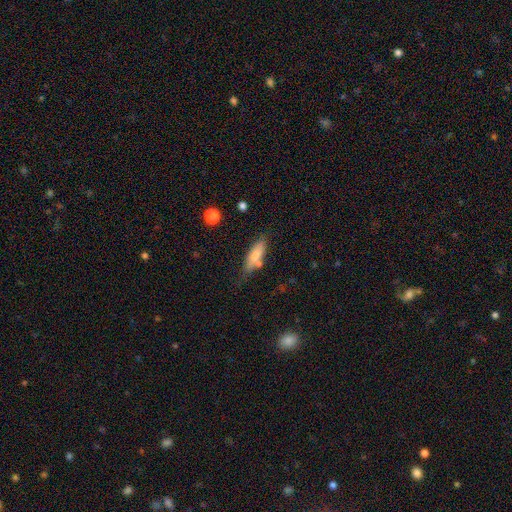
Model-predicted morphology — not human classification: Smooth or featured? smooth (75%)
How rounded? in between (54%)
Merging? none (62%)